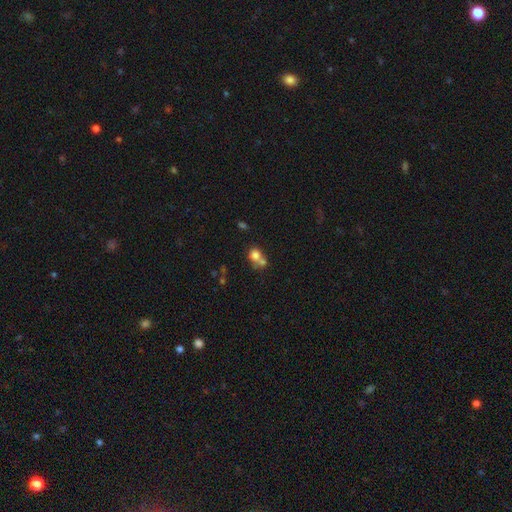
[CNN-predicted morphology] Smooth or featured? Predicted: smooth (p=0.75). How rounded? Predicted: round (p=0.69). Merging? Predicted: merger (p=0.52).